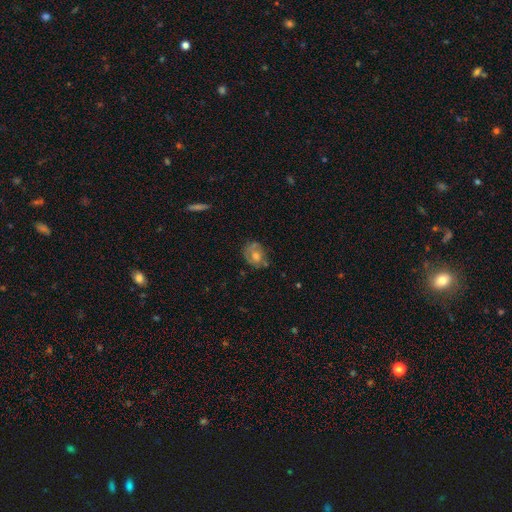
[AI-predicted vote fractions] This is possibly a featured or disk galaxy (49%). Merging: likely none (64%).